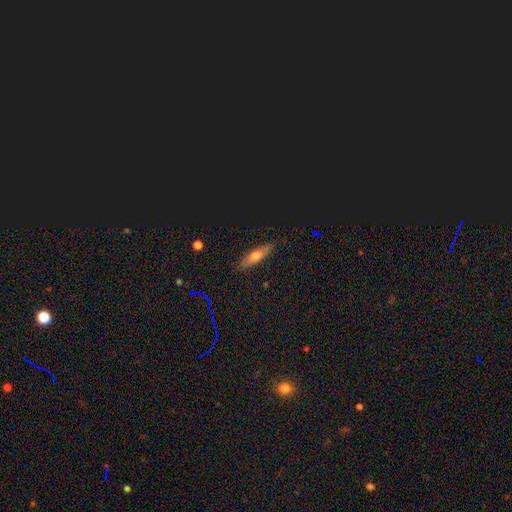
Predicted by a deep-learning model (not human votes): smooth 49%, featured or disk 37%, star or artifact 14%. Down the decision tree: merging — none (86%).